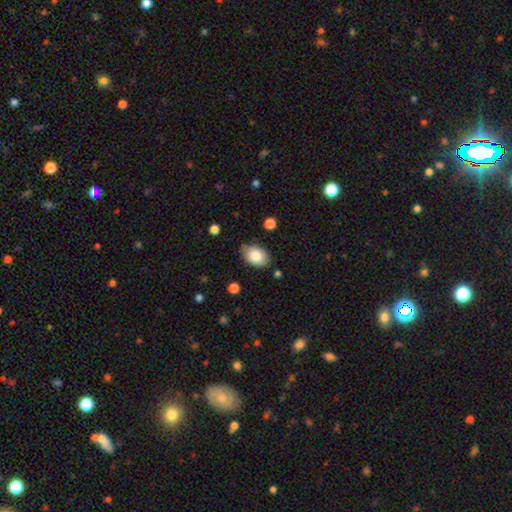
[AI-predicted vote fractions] Morphology: type=smooth (84%); roundness=in between (85%); merging=none (78%).